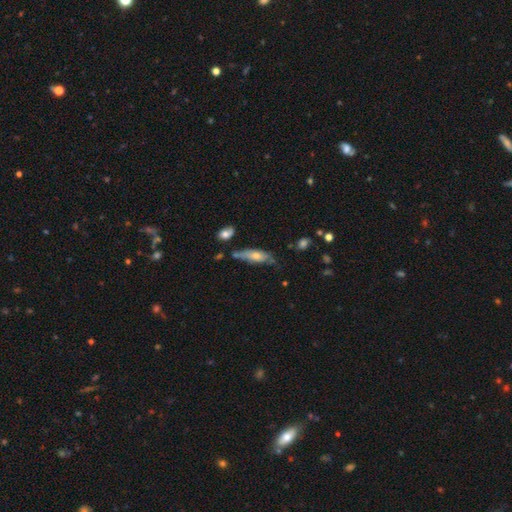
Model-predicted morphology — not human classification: Smooth or featured?
  - smooth: 50% *
  - featured or disk: 42%
  - star or artifact: 8%
How rounded?
  - cigar-shaped: 49% *
  - in between: 48%
  - round: 3%
Merging?
  - none: 53% *
  - minor disturbance: 30%
  - major disturbance: 10%
  - merger: 8%